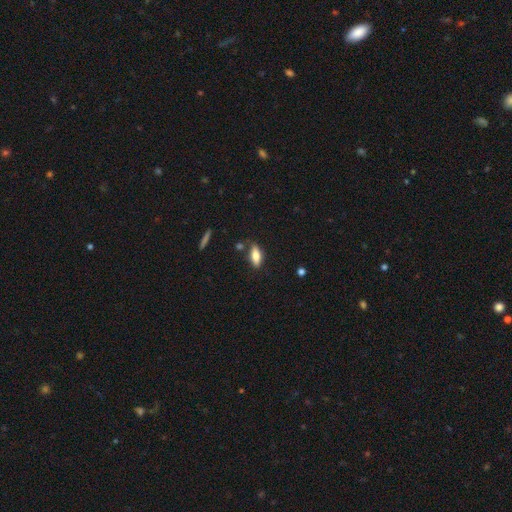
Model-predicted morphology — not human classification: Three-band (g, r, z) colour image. It shows a smooth galaxy with no disk features (73%) that is in between round and cigar-shaped (71%). Merging: none (74%).